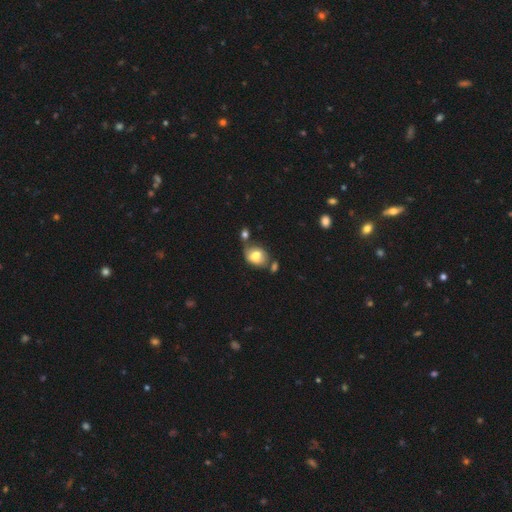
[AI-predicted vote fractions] Smooth or featured? Predicted: smooth (p=0.69). How rounded? Predicted: in between (p=0.66). Merging? Predicted: none (p=0.47).